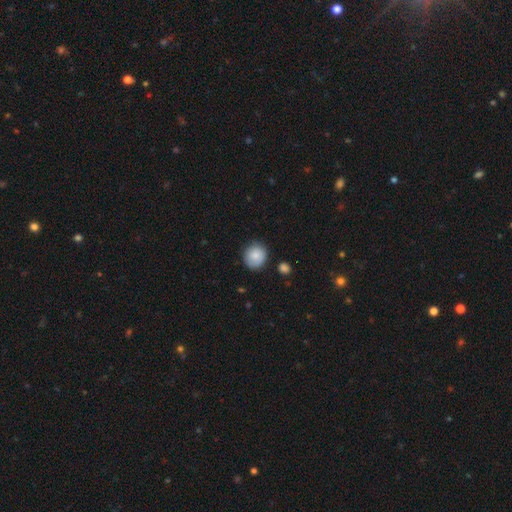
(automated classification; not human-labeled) A smooth galaxy with no disk features (83%) that is round (86%). Merging: none (81%).